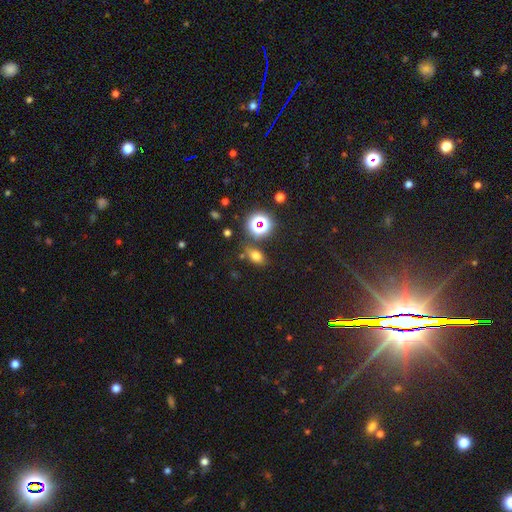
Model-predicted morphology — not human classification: type=smooth (64%); roundness=in between (72%); merging=none (76%).